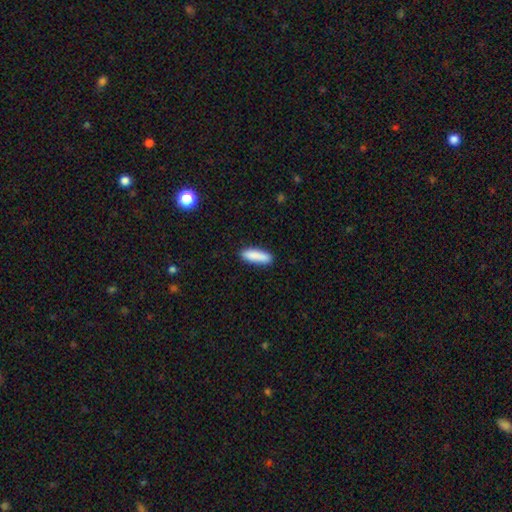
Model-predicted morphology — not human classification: Smooth or featured: smooth — 88% (featured or disk — 6%)
How rounded: cigar-shaped — 63% (in between — 35%)
Merging: none — 86% (minor disturbance — 10%)